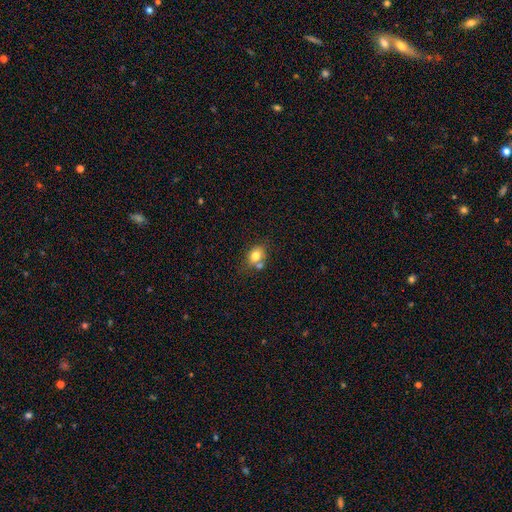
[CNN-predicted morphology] Q: Smooth or featured?
A: smooth (78%); runner-up: featured or disk (12%)
Q: How rounded?
A: in between (59%); runner-up: round (40%)
Q: Merging?
A: none (54%); runner-up: merger (26%)